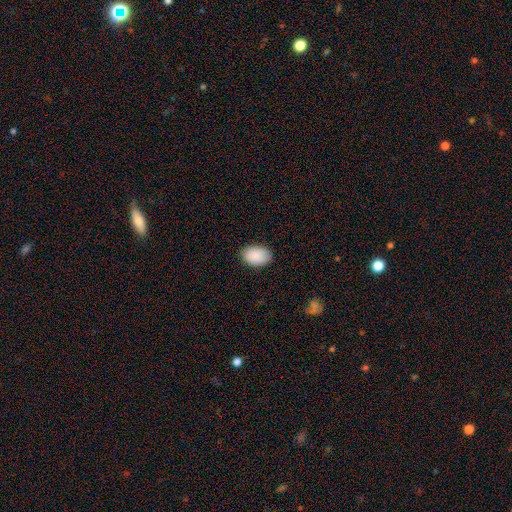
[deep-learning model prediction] Overall: smooth (90%). How rounded: in between (88%). Merging: none (86%).